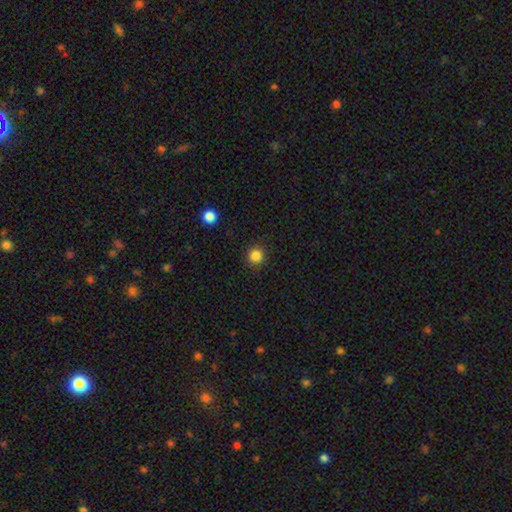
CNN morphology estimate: Q: Smooth or featured?
A: smooth (85%); runner-up: star or artifact (12%)
Q: How rounded?
A: round (94%); runner-up: in between (5%)
Q: Merging?
A: none (91%); runner-up: minor disturbance (6%)